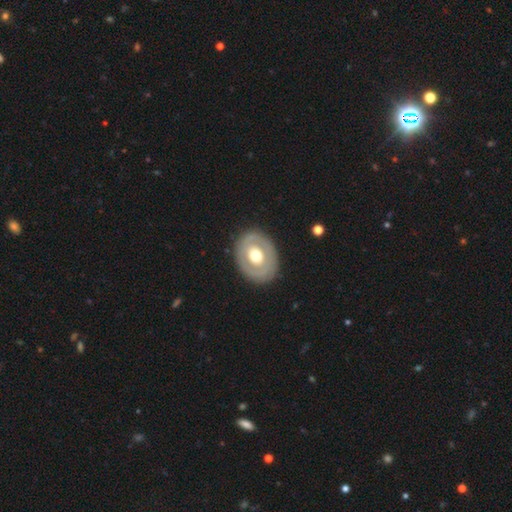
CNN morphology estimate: A featured or disk galaxy (56%) with no bar (84%), no spiral arms (86%) and a moderate central bulge (66%).

Vote fractions:
- Smooth or featured? featured or disk: 56% / smooth: 39% / star or artifact: 5%
- Edge-on disk? no: 94% / yes: 6%
- Bar? no: 84% / weak: 11% / strong: 4%
- Spiral arms? no: 86% / yes: 14%
- Bulge size? moderate: 66% / large: 27% / small: 5% / dominant: 2% / none: 1%
- Merging? none: 85% / minor disturbance: 10% / major disturbance: 4% / merger: 1%